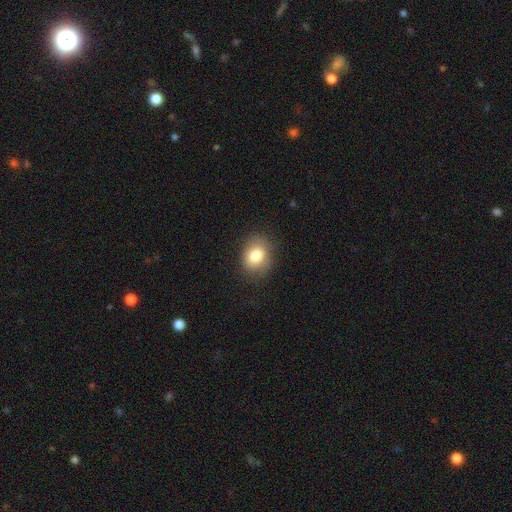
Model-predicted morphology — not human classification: Q: Smooth or featured?
A: smooth (81%); runner-up: featured or disk (10%)
Q: How rounded?
A: round (50%); runner-up: in between (49%)
Q: Merging?
A: none (80%); runner-up: minor disturbance (14%)